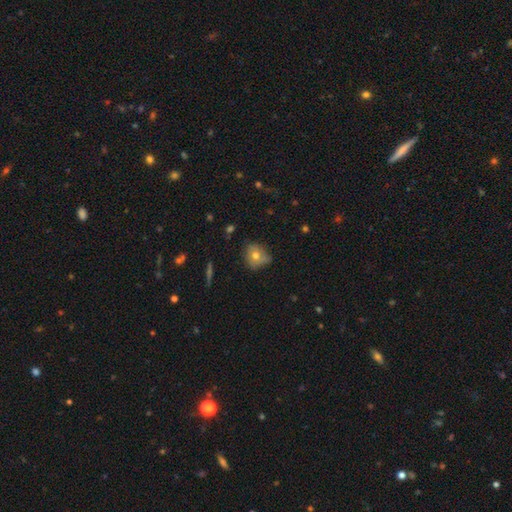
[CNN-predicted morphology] This appears to be a smooth galaxy with no disk features (69%) that is round (67%). Merging: none (57%).